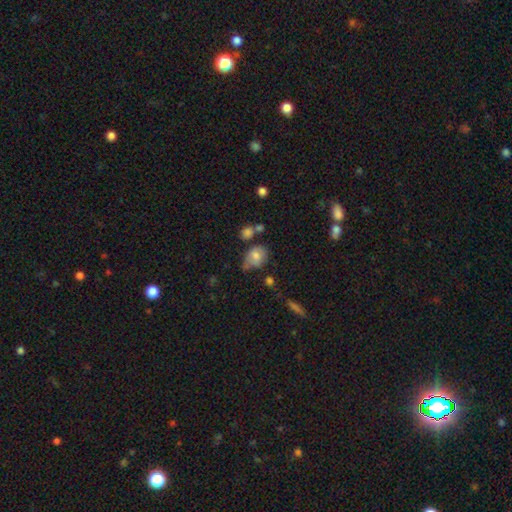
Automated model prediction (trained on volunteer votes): Q: Smooth or featured?
A: smooth (72%); runner-up: featured or disk (19%)
Q: How rounded?
A: in between (61%); runner-up: round (37%)
Q: Merging?
A: none (44%); runner-up: minor disturbance (33%)